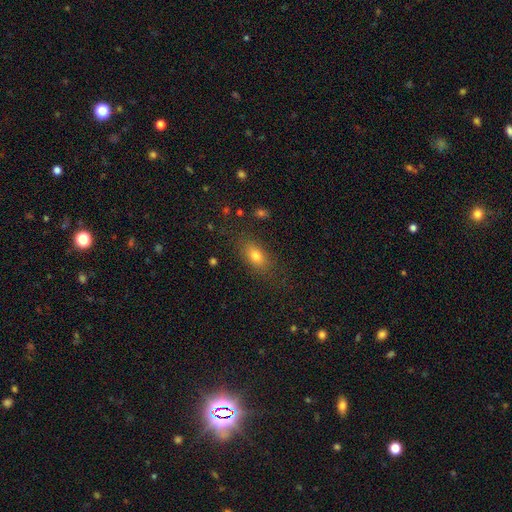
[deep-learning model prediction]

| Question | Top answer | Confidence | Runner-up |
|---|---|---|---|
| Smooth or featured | smooth | 77% | star or artifact (12%) |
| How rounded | in between | 81% | round (13%) |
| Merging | none | 79% | minor disturbance (13%) |